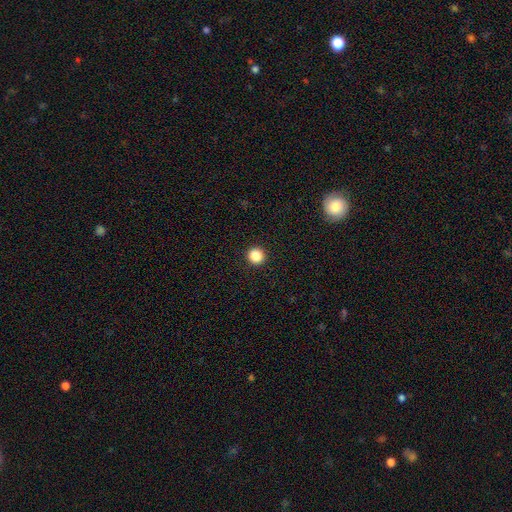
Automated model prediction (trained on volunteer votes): Smooth or featured? Predicted: smooth (p=0.87). How rounded? Predicted: round (p=0.95). Merging? Predicted: none (p=0.94).